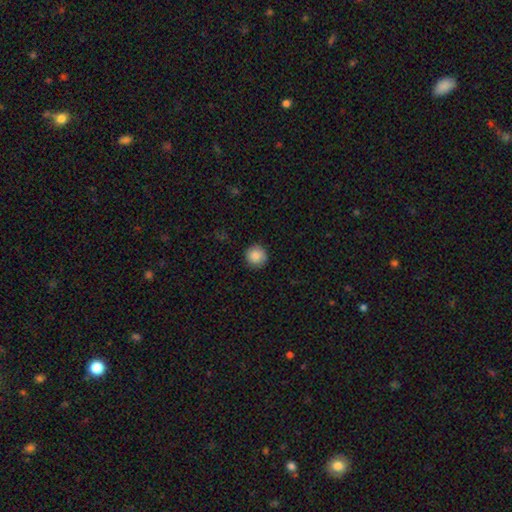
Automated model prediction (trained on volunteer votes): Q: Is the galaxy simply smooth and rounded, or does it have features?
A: smooth — 87%.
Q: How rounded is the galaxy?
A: round — 95%.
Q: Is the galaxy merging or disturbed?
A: none — 90%.